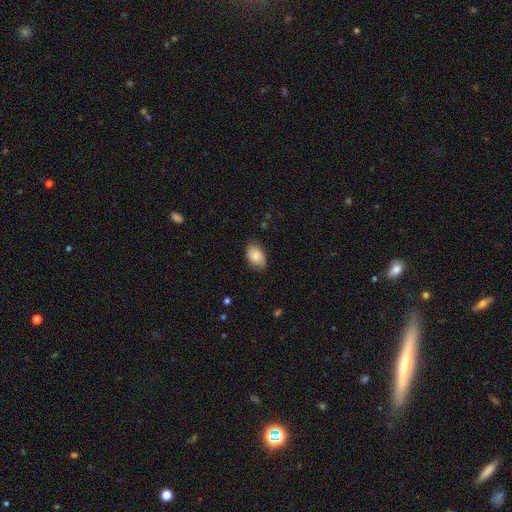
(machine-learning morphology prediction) Q: Smooth or featured?
A: smooth (80%); runner-up: featured or disk (13%)
Q: How rounded?
A: in between (90%); runner-up: round (8%)
Q: Merging?
A: none (78%); runner-up: minor disturbance (18%)